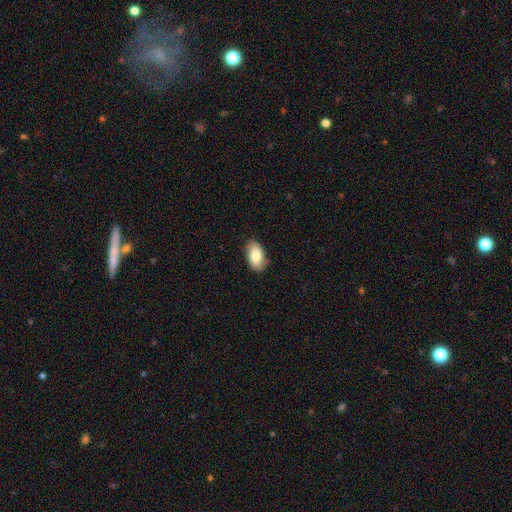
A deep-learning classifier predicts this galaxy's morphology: smooth 80%, featured or disk 13%, star or artifact 6%. Down the decision tree: how rounded — in between (94%); merging — none (82%).